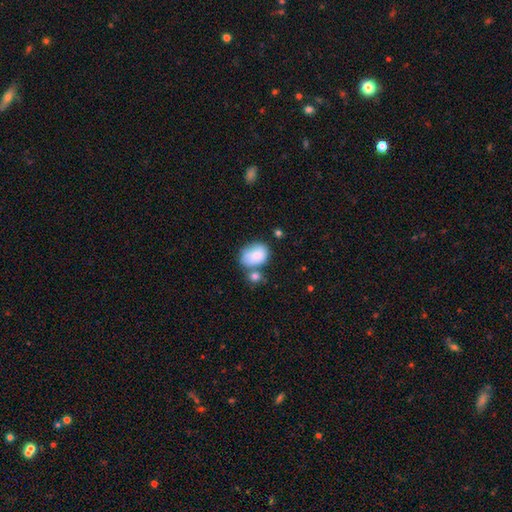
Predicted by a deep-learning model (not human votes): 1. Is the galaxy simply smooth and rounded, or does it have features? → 79% smooth, 13% featured or disk, 7% star or artifact.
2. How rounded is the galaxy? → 67% in between, 32% round, 1% cigar-shaped.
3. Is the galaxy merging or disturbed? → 44% none, 26% merger, 22% minor disturbance, 8% major disturbance.